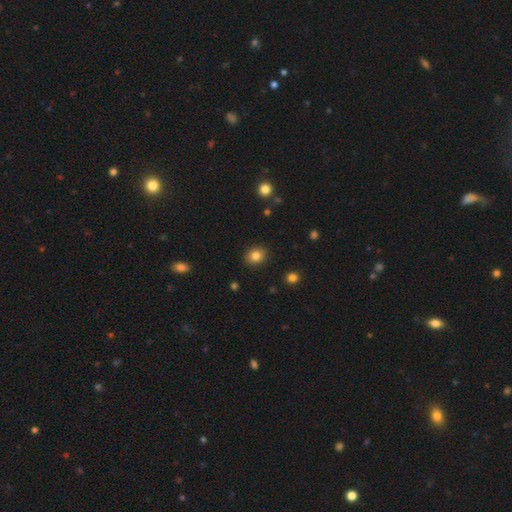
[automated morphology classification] A smooth galaxy with no disk features (83%) that is round (64%). Merging: none (90%).